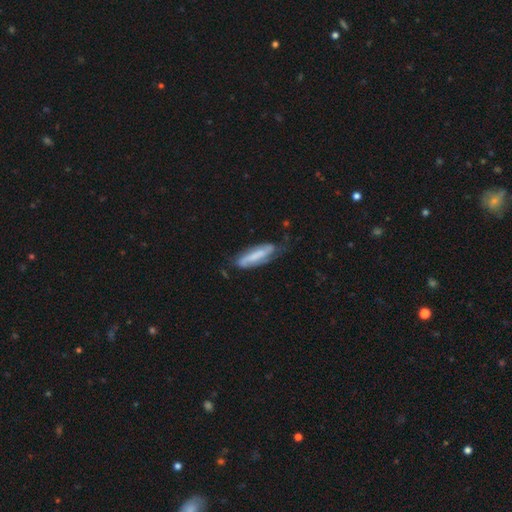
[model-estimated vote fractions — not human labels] smooth-or-featured: featured or disk: 55% | smooth: 38% | star or artifact: 7%
  disk-edge-on: no: 75% | yes: 25%
  merging: none: 55% | minor disturbance: 29% | major disturbance: 13% | merger: 3%